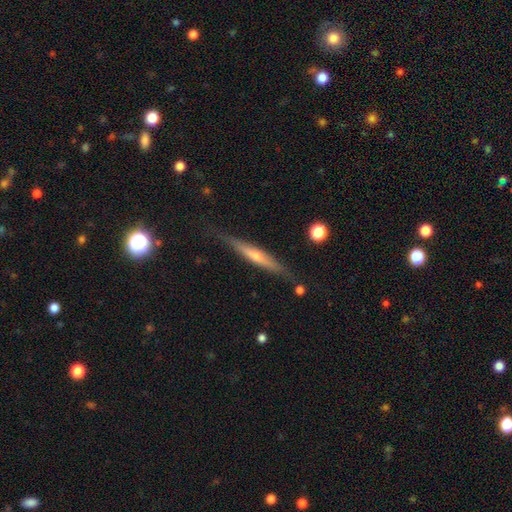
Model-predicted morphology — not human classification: A featured or disk galaxy (63%) viewed edge-on (95%) with a rounded central bulge (70%).

Vote fractions:
- Smooth or featured? featured or disk: 63% / smooth: 30% / star or artifact: 6%
- Edge-on disk? yes: 95% / no: 5%
- Edge-on bulge? rounded: 70% / none: 25% / boxy: 5%
- Merging? none: 82% / minor disturbance: 14% / major disturbance: 3% / merger: 2%